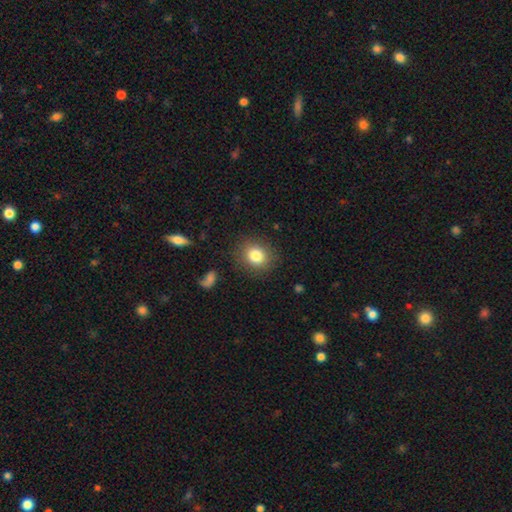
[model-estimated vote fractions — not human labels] Smooth or featured? Predicted: smooth (p=0.82). How rounded? Predicted: round (p=0.78). Merging? Predicted: none (p=0.86).